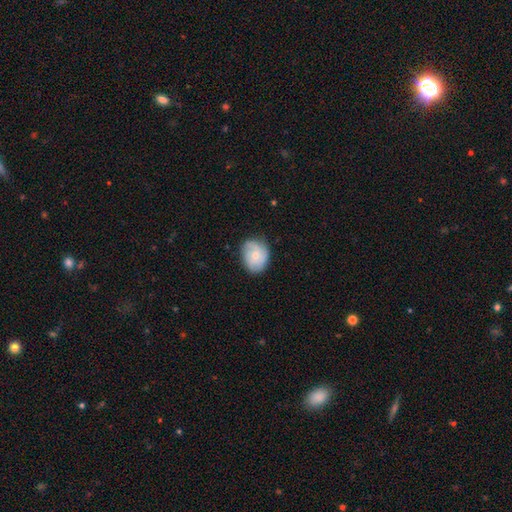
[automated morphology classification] Smooth or featured? Predicted: smooth (p=0.47). Merging? Predicted: none (p=0.70).